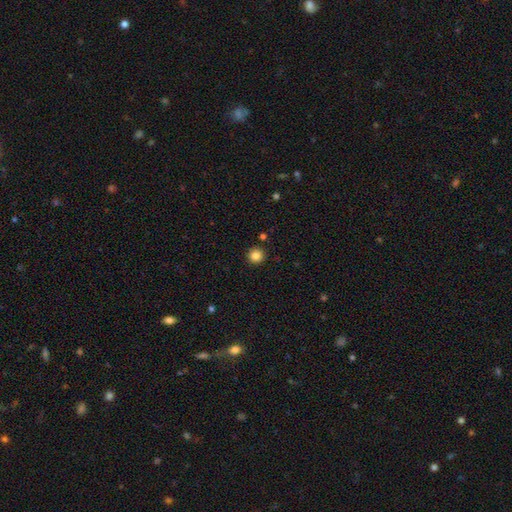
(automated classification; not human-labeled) Overall: smooth (84%). How rounded: round (95%). Merging: none (92%).